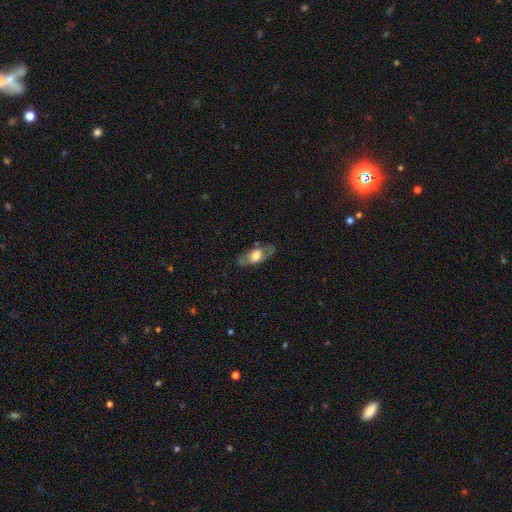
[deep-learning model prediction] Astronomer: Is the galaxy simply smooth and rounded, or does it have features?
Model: smooth — 50% (runner-up: featured or disk, 43%).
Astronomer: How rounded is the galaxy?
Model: in between — 78%.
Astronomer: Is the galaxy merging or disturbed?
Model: none — 73%.